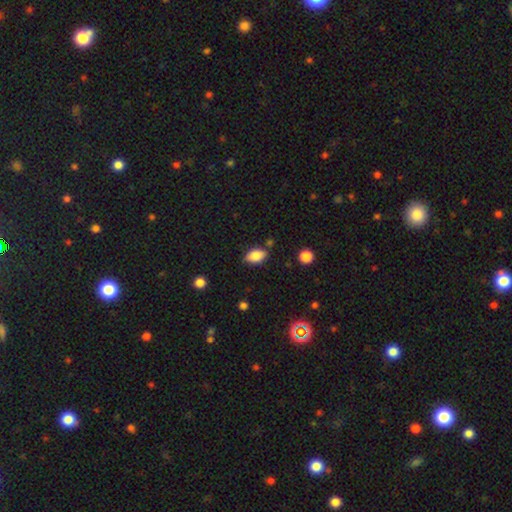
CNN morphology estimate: This is clearly a smooth galaxy (83%). How rounded: clearly in between (89%). Merging: likely none (78%).